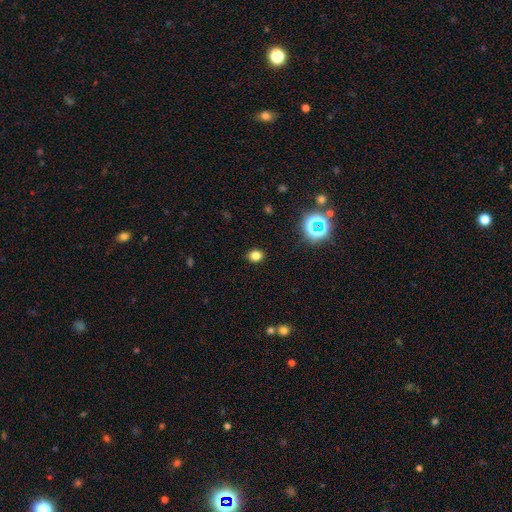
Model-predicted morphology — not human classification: Q: Smooth or featured?
A: smooth (77%); runner-up: star or artifact (17%)
Q: How rounded?
A: round (53%); runner-up: in between (46%)
Q: Merging?
A: none (89%); runner-up: minor disturbance (7%)